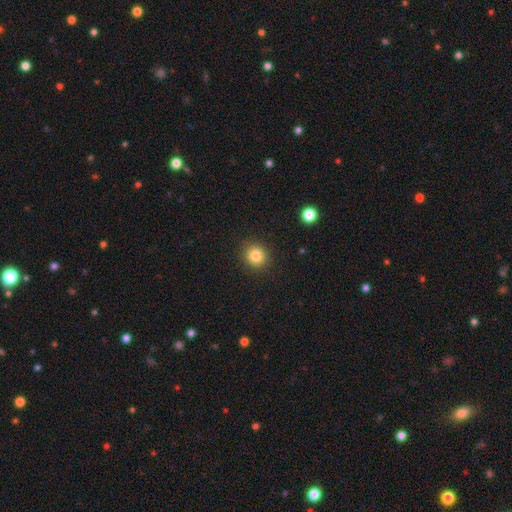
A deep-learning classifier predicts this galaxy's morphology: This is clearly a smooth galaxy (83%). How rounded: clearly round (85%). Merging: clearly none (90%).